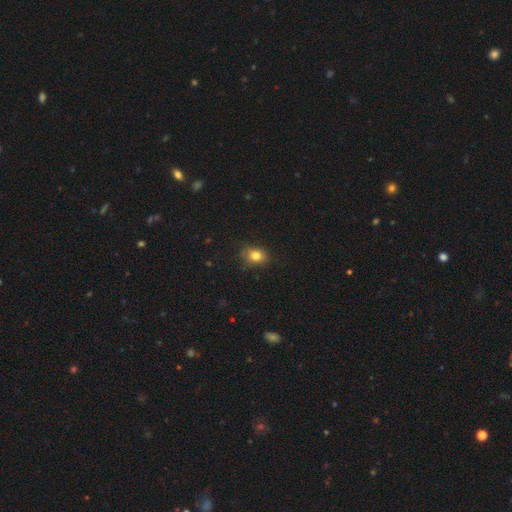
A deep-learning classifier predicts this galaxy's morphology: This appears to be a smooth galaxy with no disk features (81%) that is in between round and cigar-shaped (56%). Merging: none (72%).